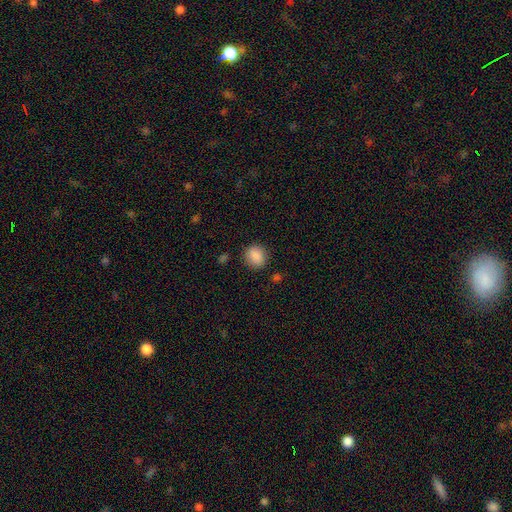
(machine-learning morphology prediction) Smooth or featured?
  - smooth: 88% *
  - star or artifact: 8%
  - featured or disk: 4%
How rounded?
  - round: 79% *
  - in between: 20%
  - cigar-shaped: 1%
Merging?
  - none: 86% *
  - minor disturbance: 10%
  - major disturbance: 3%
  - merger: 2%